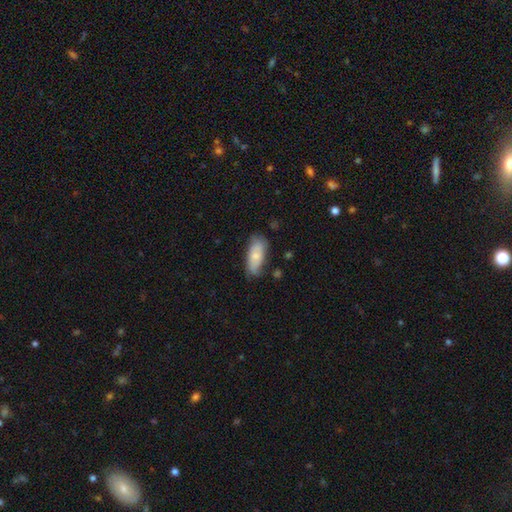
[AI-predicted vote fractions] A smooth galaxy with no disk features (69%) that is in between round and cigar-shaped (84%). Merging: none (62%).